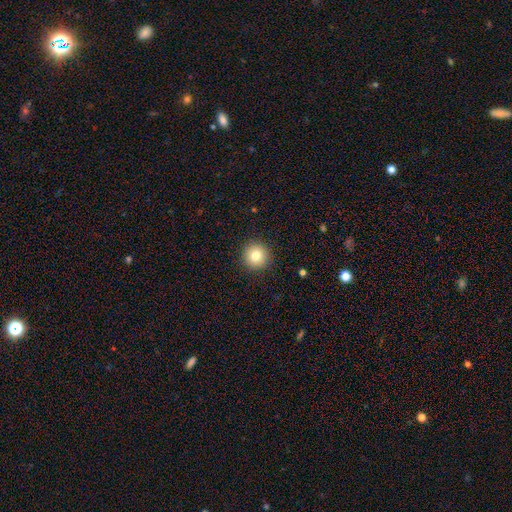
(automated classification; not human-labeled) smooth 79%, star or artifact 11%, featured or disk 10%. Down the decision tree: how rounded — round (95%); merging — none (92%).